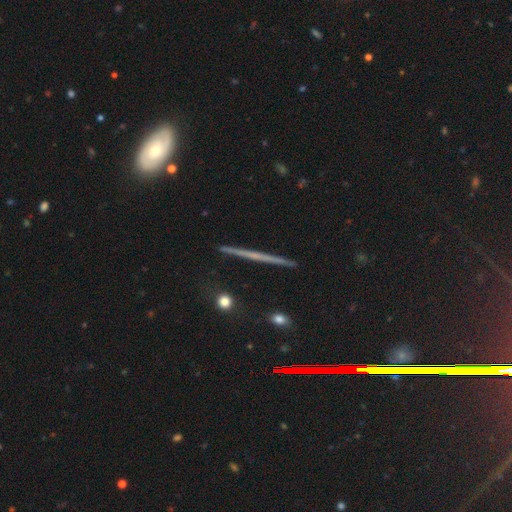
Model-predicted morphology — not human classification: Smooth or featured? featured or disk (64%)
Edge-on disk? yes (96%)
Edge-on bulge? none (62%)
Merging? none (88%)